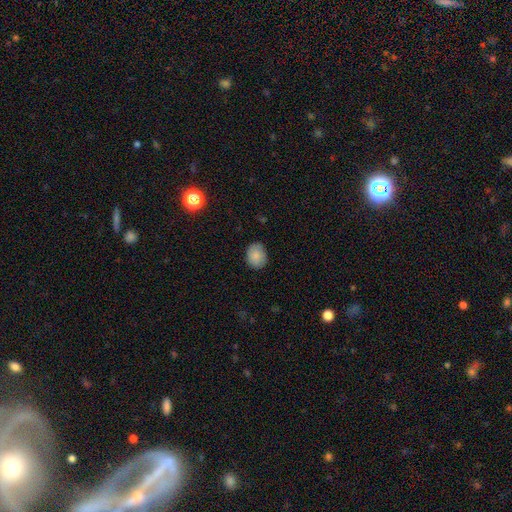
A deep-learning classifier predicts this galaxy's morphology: A smooth galaxy with no disk features (83%) that is round (53%).

Vote fractions:
- Smooth or featured? smooth: 83% / featured or disk: 9% / star or artifact: 8%
- How rounded? round: 53% / in between: 46% / cigar-shaped: 1%
- Merging? none: 79% / minor disturbance: 17% / major disturbance: 3% / merger: 1%